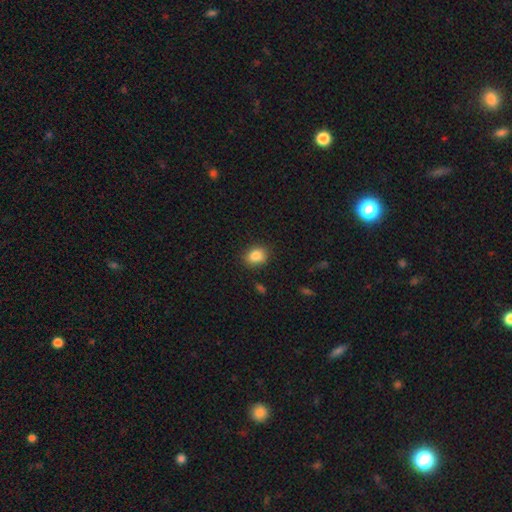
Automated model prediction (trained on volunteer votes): Smooth or featured: smooth — 84% (star or artifact — 10%)
How rounded: in between — 53% (round — 46%)
Merging: none — 85% (minor disturbance — 11%)